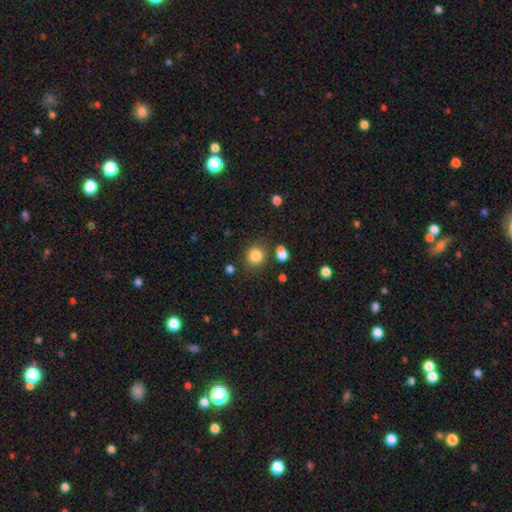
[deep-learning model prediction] smooth_or_featured: smooth (p=0.84) [alt: star or artifact p=0.11]
how_rounded: round (p=0.82) [alt: in between p=0.17]
merging: none (p=0.80) [alt: minor disturbance p=0.10]